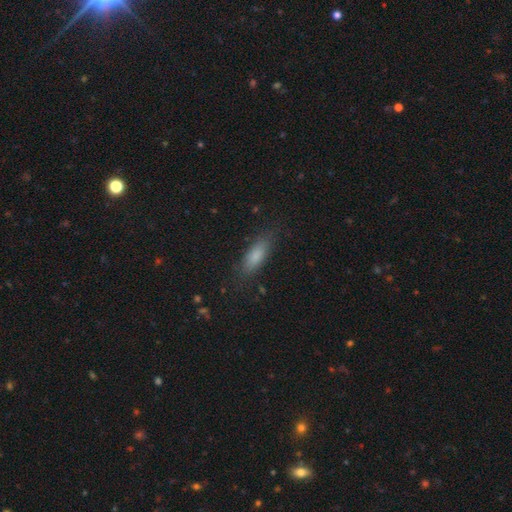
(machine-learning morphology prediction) A smooth galaxy with no disk features (81%) that is in between round and cigar-shaped (65%). Merging: none (81%).